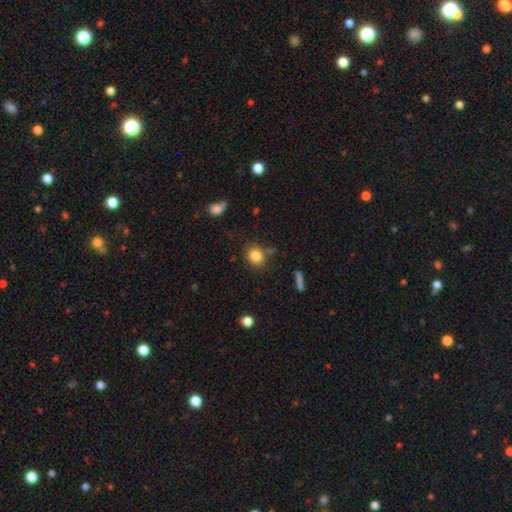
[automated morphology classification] Smooth or featured? Predicted: smooth (p=0.84). How rounded? Predicted: round (p=0.77). Merging? Predicted: none (p=0.78).